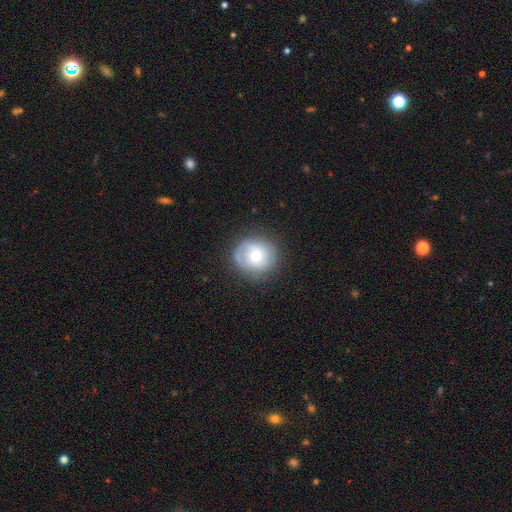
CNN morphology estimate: Smooth or featured? Predicted: smooth (p=0.58). How rounded? Predicted: round (p=0.87). Merging? Predicted: none (p=0.74).